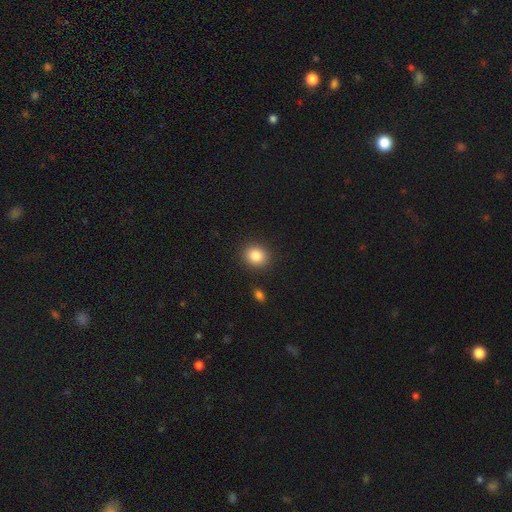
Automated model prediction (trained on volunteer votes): Morphology: type=smooth (85%); roundness=round (71%); merging=none (89%).